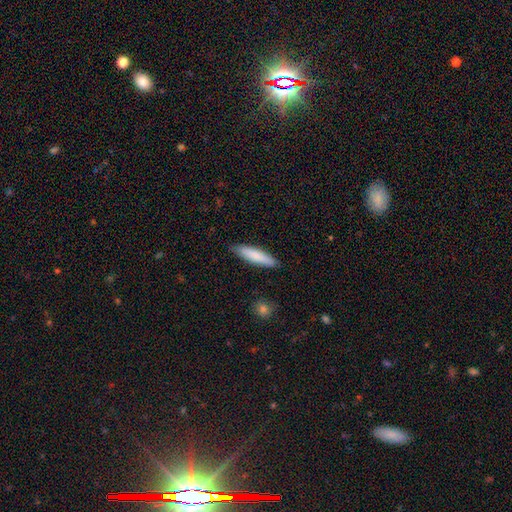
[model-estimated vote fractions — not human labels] The model was most divided on "how rounded": cigar-shaped: 80%, in between: 18%, round: 1%. More confident: merging — none (88%); smooth or featured — smooth (83%).